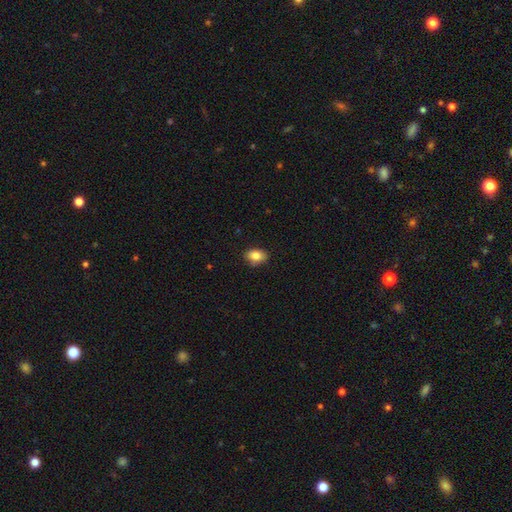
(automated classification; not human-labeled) This is clearly a smooth galaxy (84%). How rounded: likely in between (76%). Merging: clearly none (83%).